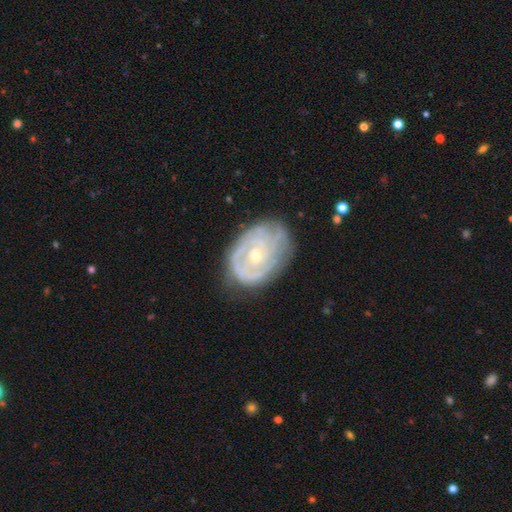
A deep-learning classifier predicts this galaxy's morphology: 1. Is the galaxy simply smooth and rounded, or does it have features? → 80% featured or disk, 14% smooth, 6% star or artifact.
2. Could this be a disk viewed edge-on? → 97% no, 3% yes.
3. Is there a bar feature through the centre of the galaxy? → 78% no, 18% weak, 4% strong.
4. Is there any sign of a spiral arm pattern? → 86% yes, 14% no.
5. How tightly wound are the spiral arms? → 76% tight, 18% medium, 6% loose.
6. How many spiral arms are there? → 46% can't tell, 19% 2, 15% 3, 8% 4, 6% 1, 5% more than 4.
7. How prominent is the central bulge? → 62% small, 36% moderate, 1% large, 1% none, 1% dominant.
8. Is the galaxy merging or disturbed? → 68% none, 22% minor disturbance, 8% major disturbance, 2% merger.